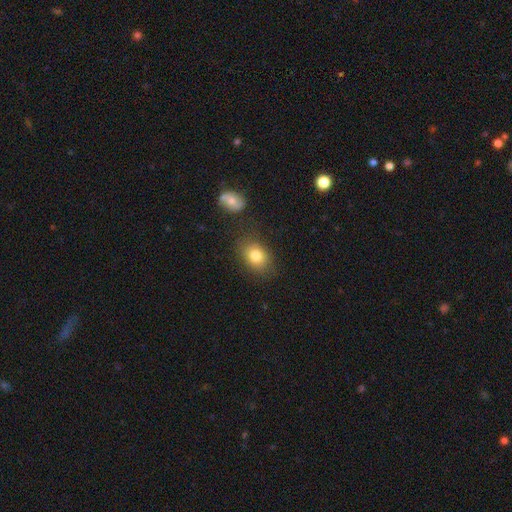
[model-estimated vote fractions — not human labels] This is clearly a smooth galaxy (81%). How rounded: likely in between (68%). Merging: likely none (76%).